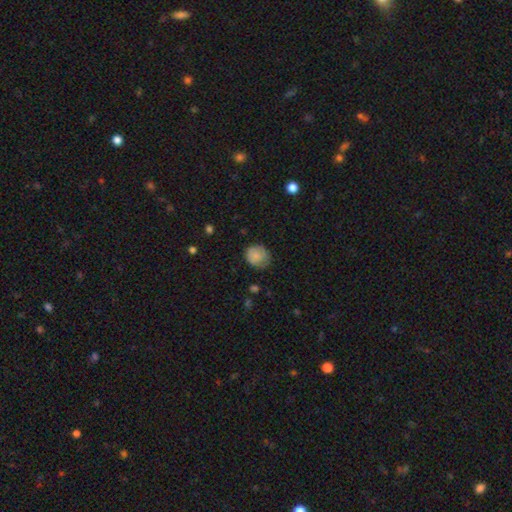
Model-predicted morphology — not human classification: Overall: smooth (81%). How rounded: round (79%). Merging: none (69%).